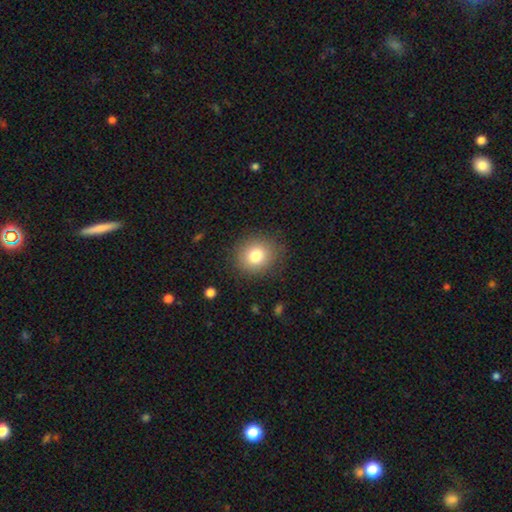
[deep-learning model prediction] Smooth or featured: smooth — 79% (star or artifact — 11%)
How rounded: round — 82% (in between — 17%)
Merging: none — 87% (minor disturbance — 9%)